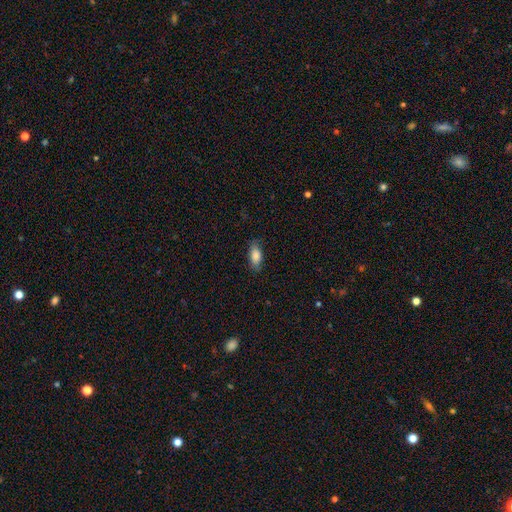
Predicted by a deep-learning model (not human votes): This is clearly a smooth galaxy (82%). How rounded: clearly in between (83%). Merging: likely none (80%).